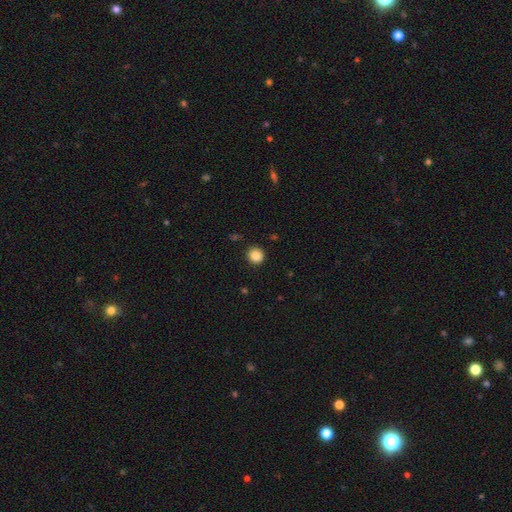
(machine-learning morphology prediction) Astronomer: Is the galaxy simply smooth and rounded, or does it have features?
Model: smooth — 87%.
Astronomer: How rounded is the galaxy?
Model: round — 85%.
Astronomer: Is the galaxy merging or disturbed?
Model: none — 89%.